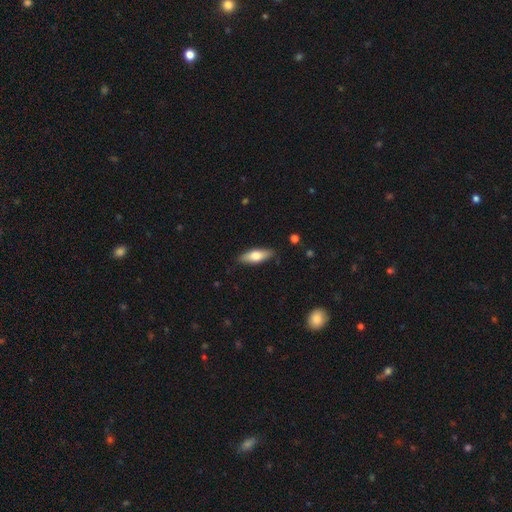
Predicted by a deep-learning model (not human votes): This is likely a smooth galaxy (64%). How rounded: possibly in between (59%). Merging: clearly none (87%).